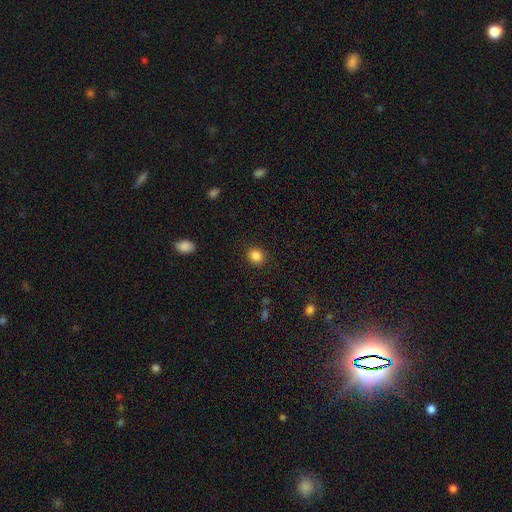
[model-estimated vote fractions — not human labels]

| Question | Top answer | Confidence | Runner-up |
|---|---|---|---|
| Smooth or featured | smooth | 86% | star or artifact (10%) |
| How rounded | round | 79% | in between (20%) |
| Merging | none | 90% | minor disturbance (6%) |